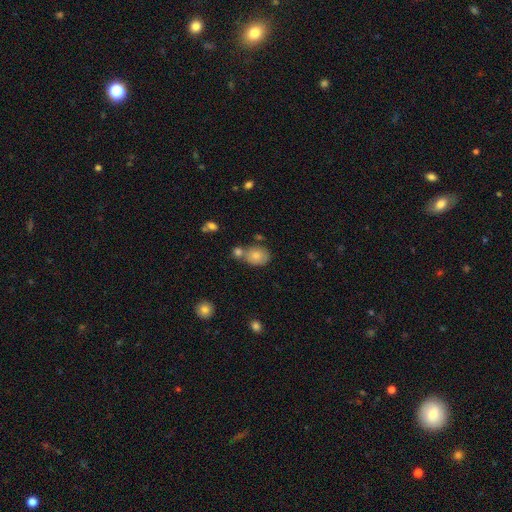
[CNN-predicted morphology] Overall: smooth (78%). How rounded: in between (63%; round 36%). Merging: none (51%; merger 29%).